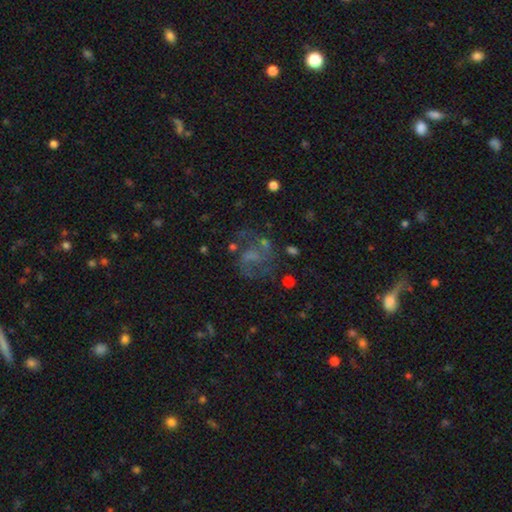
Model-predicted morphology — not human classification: Smooth or featured? featured or disk (59%)
Edge-on disk? no (97%)
Bar? no (51%)
Spiral arms? yes (75%)
Bulge size? none (40%)
Merging? none (59%)